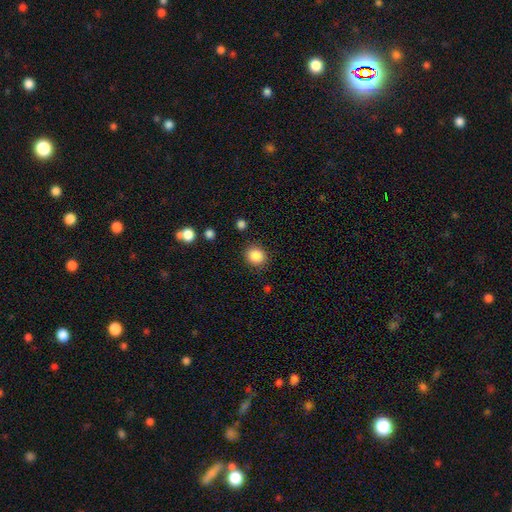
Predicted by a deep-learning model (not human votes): Smooth or featured? smooth (87%)
How rounded? round (80%)
Merging? none (86%)